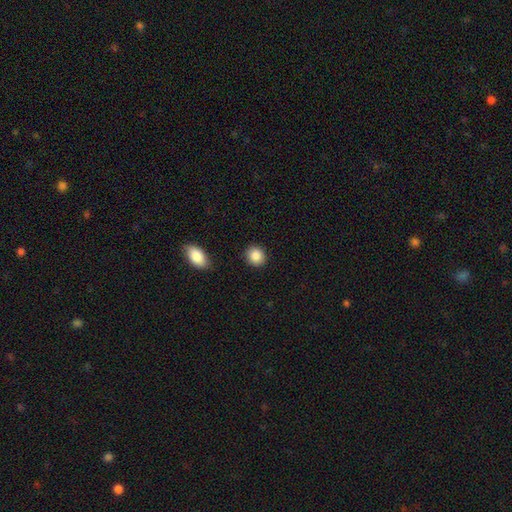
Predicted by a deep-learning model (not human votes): A smooth galaxy with no disk features (88%) that is round (80%). Merging: none (89%).